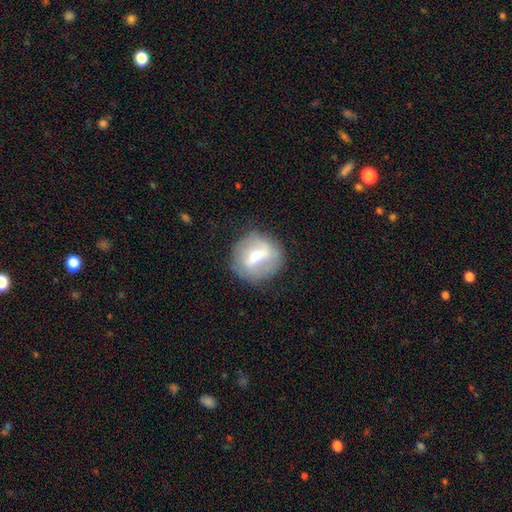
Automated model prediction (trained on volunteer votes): Smooth or featured? Predicted: featured or disk (p=0.55). Edge-on disk? Predicted: no (p=0.92). Bar? Predicted: weak (p=0.42, tied with strong). Spiral arms? Predicted: no (p=0.51). Bulge size? Predicted: moderate (p=0.57). Merging? Predicted: none (p=0.76).